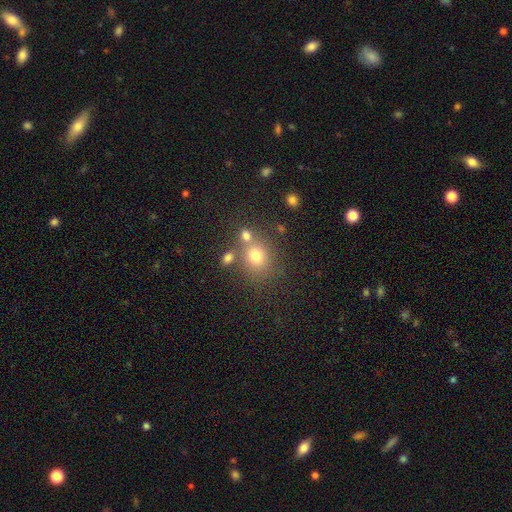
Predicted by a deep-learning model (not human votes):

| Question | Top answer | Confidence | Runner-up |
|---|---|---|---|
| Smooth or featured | smooth | 73% | star or artifact (16%) |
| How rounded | round | 74% | in between (25%) |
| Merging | none | 62% | merger (22%) |